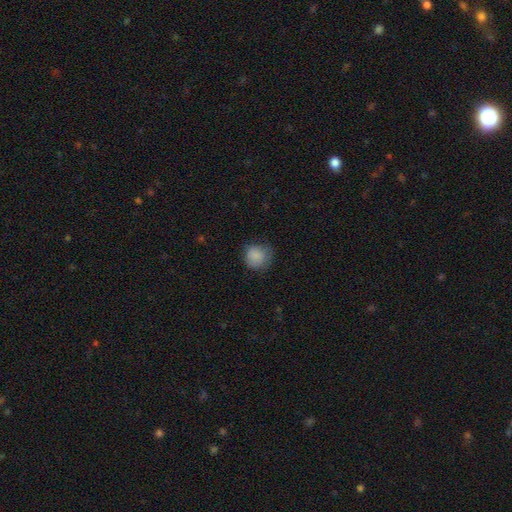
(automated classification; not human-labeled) Overall: smooth (86%). How rounded: round (85%). Merging: none (69%).